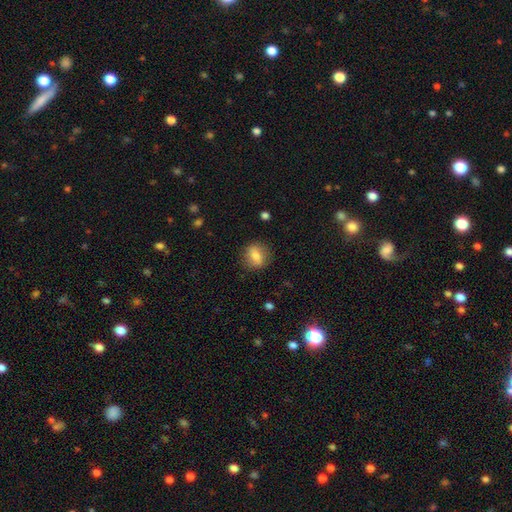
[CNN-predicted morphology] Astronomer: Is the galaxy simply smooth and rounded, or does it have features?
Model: smooth — 75%.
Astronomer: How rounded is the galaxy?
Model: round — 57% (runner-up: in between, 40%).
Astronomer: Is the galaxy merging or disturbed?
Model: none — 85%.